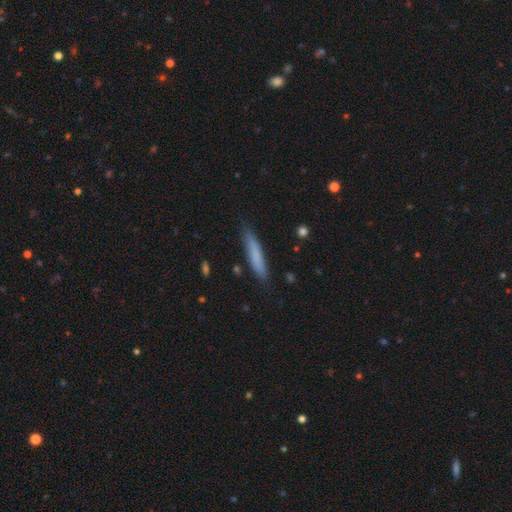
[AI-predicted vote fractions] smooth_or_featured: smooth (p=0.77) [alt: featured or disk p=0.17]
how_rounded: cigar-shaped (p=0.91) [alt: in between p=0.08]
merging: none (p=0.84) [alt: minor disturbance p=0.13]